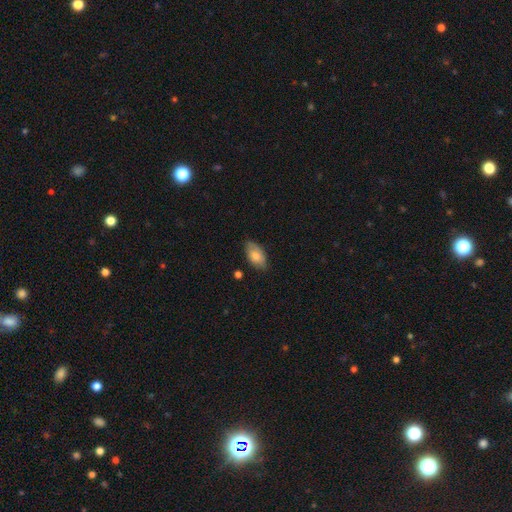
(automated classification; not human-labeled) Q: Smooth or featured?
A: smooth (76%); runner-up: featured or disk (18%)
Q: How rounded?
A: in between (94%); runner-up: round (4%)
Q: Merging?
A: none (77%); runner-up: minor disturbance (18%)